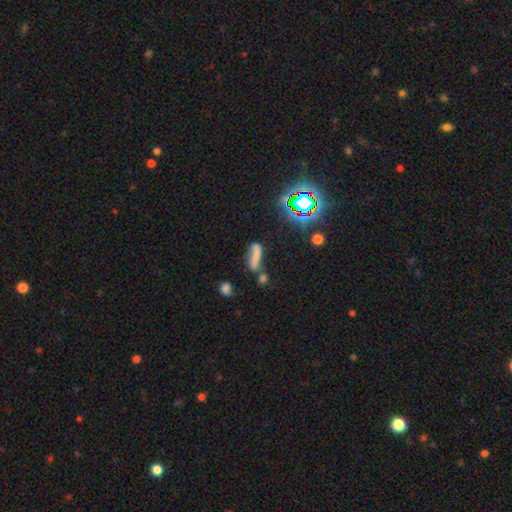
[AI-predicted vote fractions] A smooth galaxy with no disk features (55%) that is cigar-shaped (52%). Merging: none (35%).